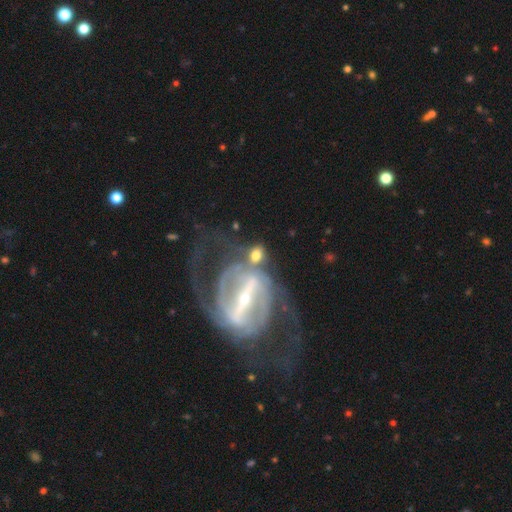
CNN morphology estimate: A featured or disk galaxy (72%) with a strong bar (69%), 2 (67%) medium (42%) spiral arms (78%) and a small central bulge (61%).

Vote fractions:
- Smooth or featured? featured or disk: 72% / smooth: 20% / star or artifact: 8%
- Edge-on disk? no: 92% / yes: 8%
- Bar? strong: 69% / weak: 19% / no: 12%
- Spiral arms? yes: 78% / no: 22%
- Spiral winding? medium: 42% / tight: 33% / loose: 26%
- Spiral arm count? 2: 67% / can't tell: 13% / 3: 8% / 1: 5% / 4: 4% / more than 4: 4%
- Bulge size? small: 61% / moderate: 29% / large: 5% / none: 3% / dominant: 2%
- Merging? none: 43% / merger: 26% / major disturbance: 16% / minor disturbance: 15%